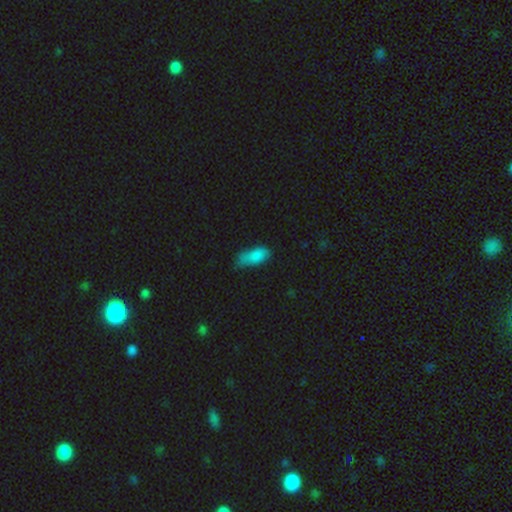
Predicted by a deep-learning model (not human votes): Smooth or featured? Predicted: smooth (p=0.81). How rounded? Predicted: in between (p=0.82). Merging? Predicted: minor disturbance (p=0.42).